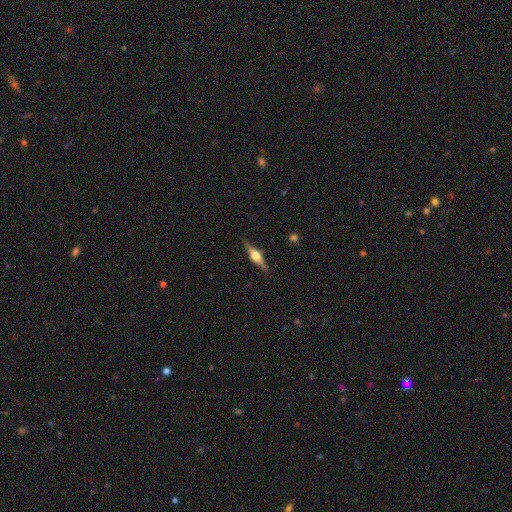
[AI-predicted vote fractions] Smooth or featured: featured or disk — 78% (smooth — 16%)
Edge-on disk: yes — 98% (no — 2%)
Edge-on bulge: rounded — 93% (boxy — 6%)
Merging: none — 89% (minor disturbance — 8%)